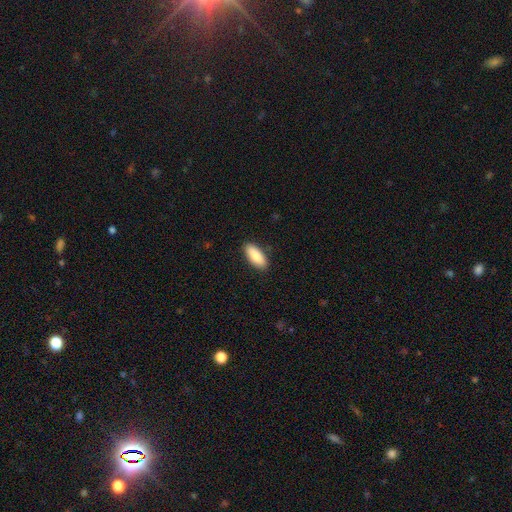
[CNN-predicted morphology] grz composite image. It shows a smooth galaxy with no disk features (88%) that is in between round and cigar-shaped (84%). Merging: none (89%).